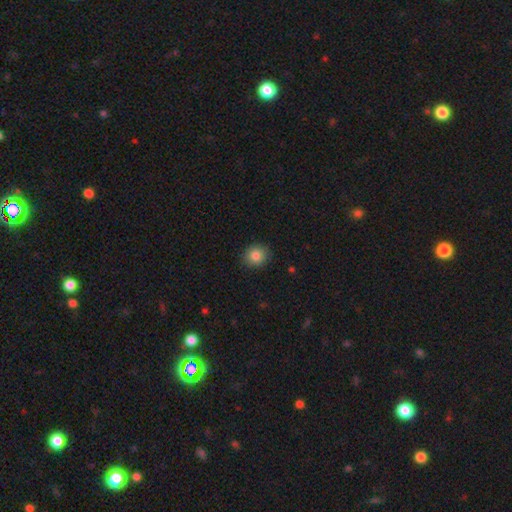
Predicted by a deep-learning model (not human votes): This appears to be a smooth galaxy with no disk features (85%) that is round (81%). Merging: none (89%).